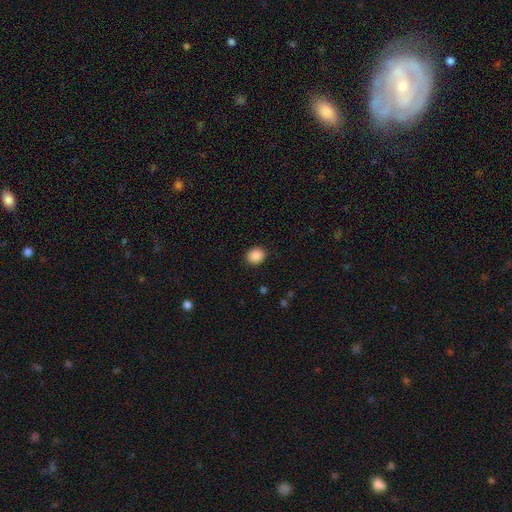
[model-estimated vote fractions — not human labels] Q: Smooth or featured?
A: smooth (89%); runner-up: star or artifact (9%)
Q: How rounded?
A: round (74%); runner-up: in between (25%)
Q: Merging?
A: none (90%); runner-up: minor disturbance (6%)